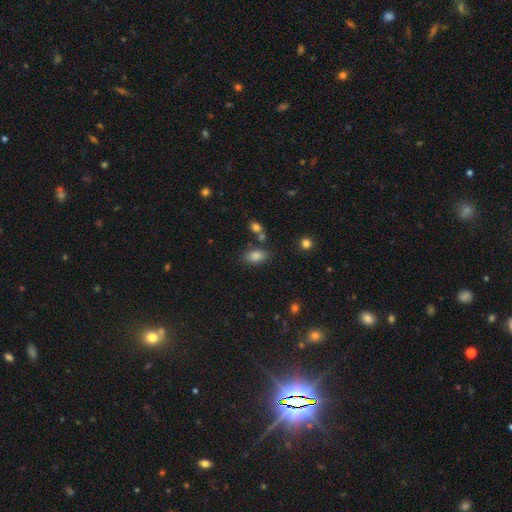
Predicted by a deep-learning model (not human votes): Q: Smooth or featured?
A: smooth (84%); runner-up: star or artifact (10%)
Q: How rounded?
A: in between (89%); runner-up: round (9%)
Q: Merging?
A: none (74%); runner-up: minor disturbance (13%)